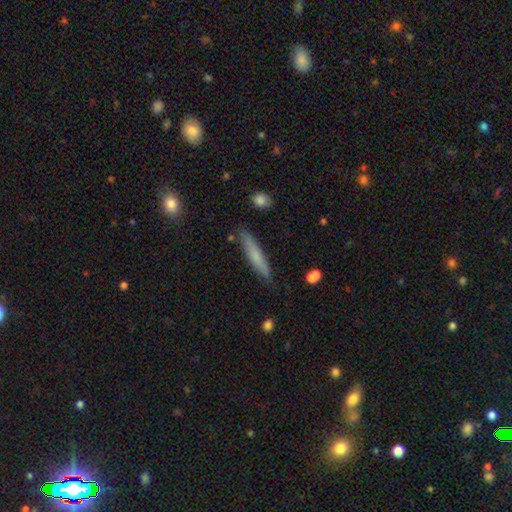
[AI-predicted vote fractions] smooth 71%, featured or disk 22%, star or artifact 6%. Down the decision tree: how rounded — cigar-shaped (91%); merging — none (85%).